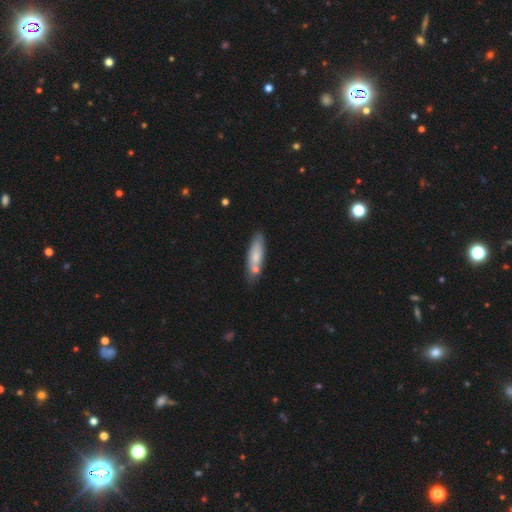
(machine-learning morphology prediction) type=smooth (72%); roundness=cigar-shaped (57%); merging=none (67%).